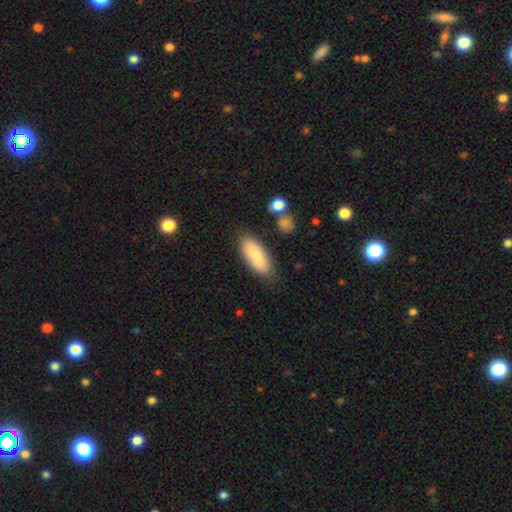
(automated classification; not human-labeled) Smooth or featured? Predicted: smooth (p=0.83). How rounded? Predicted: in between (p=0.77). Merging? Predicted: none (p=0.82).